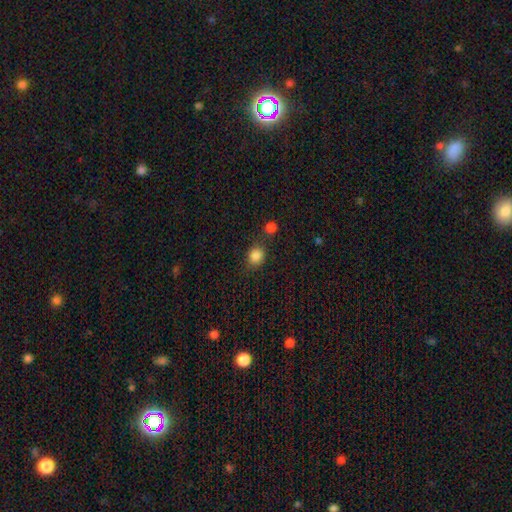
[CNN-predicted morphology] Smooth or featured?
  - smooth: 85% *
  - star or artifact: 11%
  - featured or disk: 4%
How rounded?
  - round: 64% *
  - in between: 35%
  - cigar-shaped: 1%
Merging?
  - none: 70% *
  - minor disturbance: 13%
  - merger: 12%
  - major disturbance: 5%